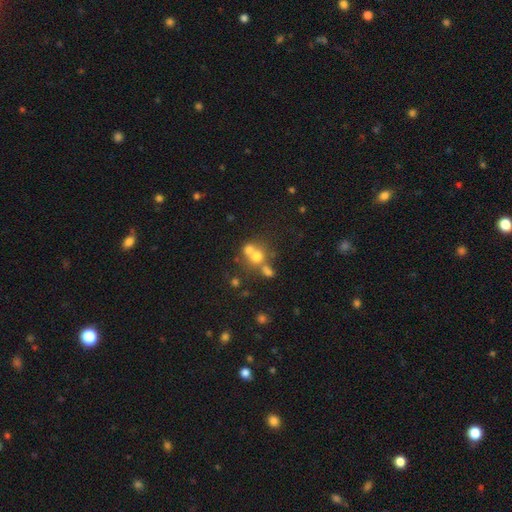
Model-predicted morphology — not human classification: A smooth galaxy with no disk features (61%) that is round (79%). Merging: merger (51%).